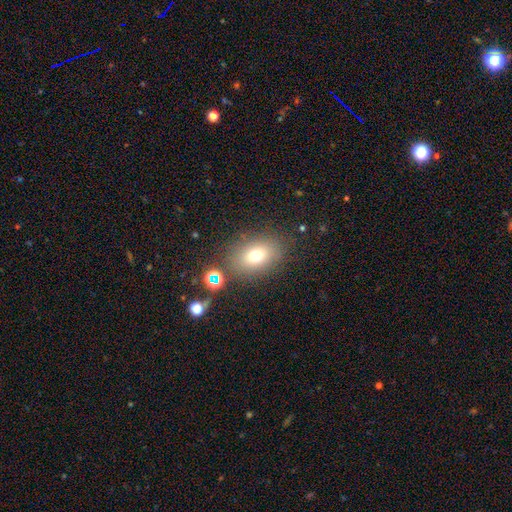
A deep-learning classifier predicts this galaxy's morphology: This appears to be a smooth galaxy with no disk features (72%) that is in between round and cigar-shaped (75%). Merging: none (79%).